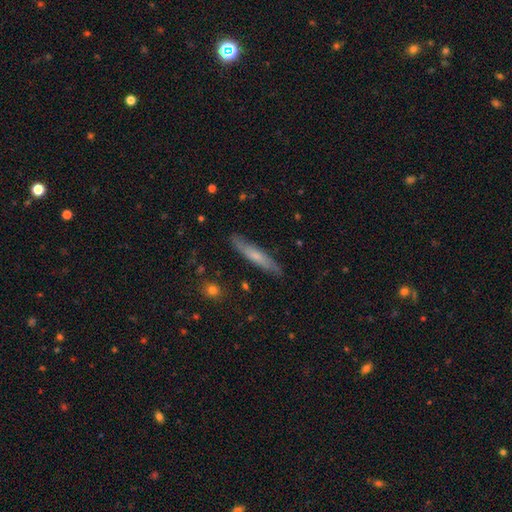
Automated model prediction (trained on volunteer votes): Overall: smooth (51%; featured or disk 42%). How rounded: cigar-shaped (91%). Merging: none (85%).